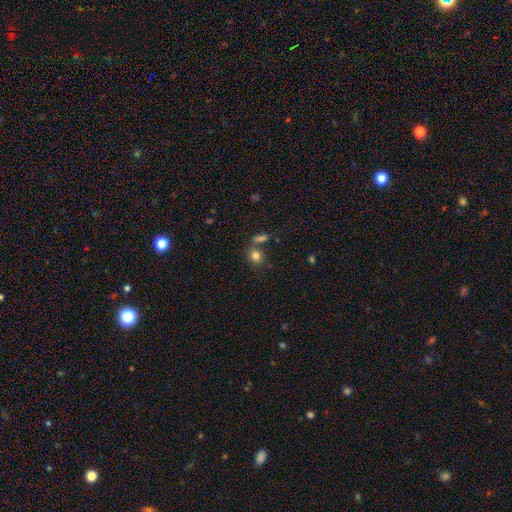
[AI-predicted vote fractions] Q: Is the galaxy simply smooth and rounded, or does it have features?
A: smooth — 81%.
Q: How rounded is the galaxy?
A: round — 68%.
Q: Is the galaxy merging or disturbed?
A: none — 66%.